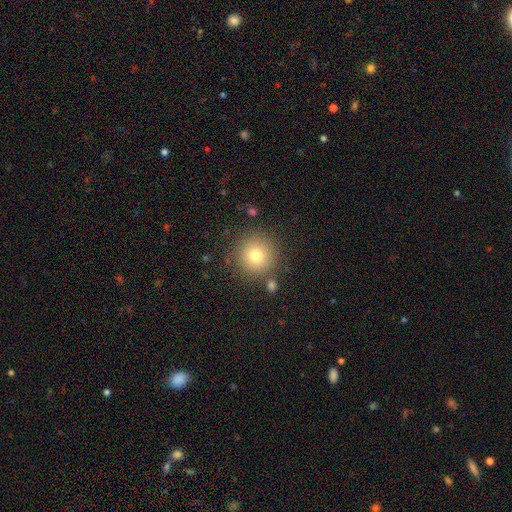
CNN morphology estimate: This is likely a smooth galaxy (77%). How rounded: clearly round (95%). Merging: clearly none (85%).